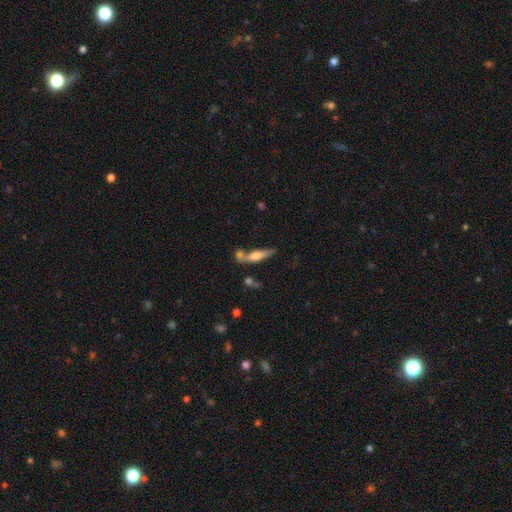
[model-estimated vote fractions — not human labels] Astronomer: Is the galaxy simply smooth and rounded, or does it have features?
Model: featured or disk — 54% (runner-up: smooth, 39%).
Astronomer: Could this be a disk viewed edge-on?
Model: yes — 91%.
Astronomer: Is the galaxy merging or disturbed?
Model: none — 58%.